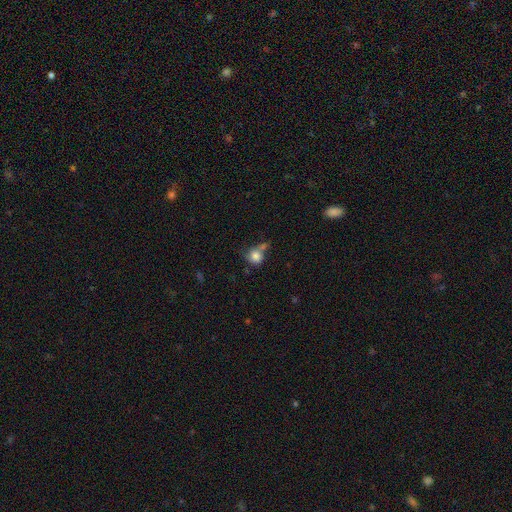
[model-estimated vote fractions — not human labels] Smooth or featured? Predicted: smooth (p=0.79). How rounded? Predicted: round (p=0.76). Merging? Predicted: none (p=0.43).